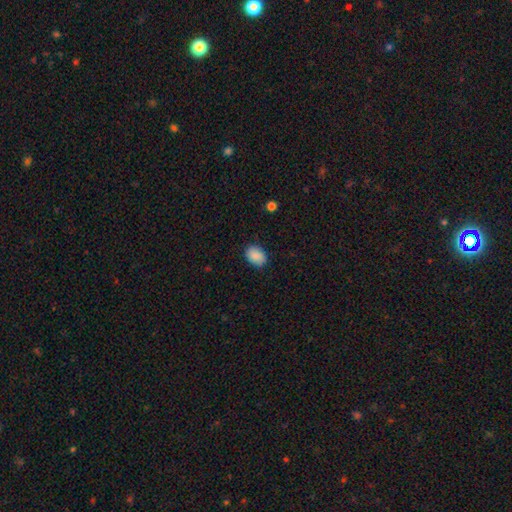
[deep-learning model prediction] smooth_or_featured: smooth (p=0.89) [alt: star or artifact p=0.07]
how_rounded: in between (p=0.74) [alt: round p=0.25]
merging: none (p=0.85) [alt: minor disturbance p=0.12]